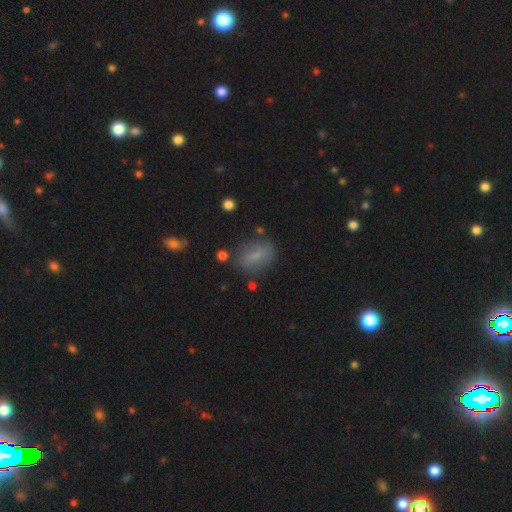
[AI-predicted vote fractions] A smooth galaxy with no disk features (65%) that is in between round and cigar-shaped (77%).

Vote fractions:
- Smooth or featured? smooth: 65% / featured or disk: 24% / star or artifact: 12%
- How rounded? in between: 77% / round: 14% / cigar-shaped: 9%
- Merging? none: 71% / minor disturbance: 18% / major disturbance: 7% / merger: 4%